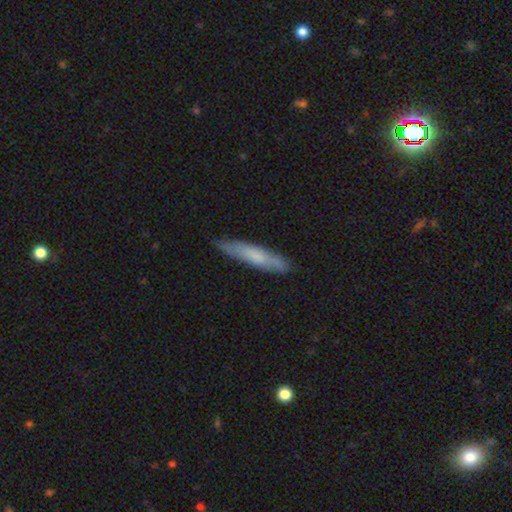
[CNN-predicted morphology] type=smooth (65%); roundness=cigar-shaped (89%); merging=none (82%).